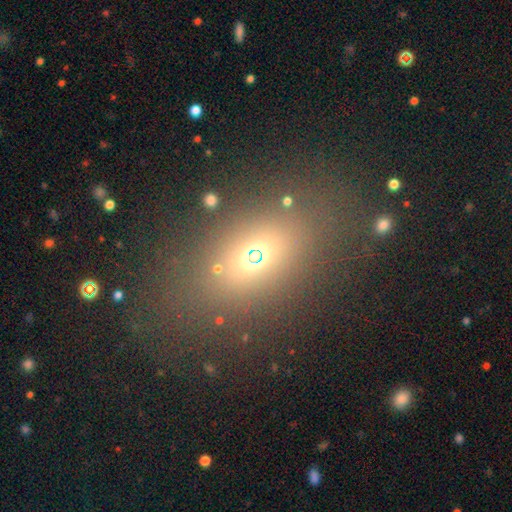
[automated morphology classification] Smooth or featured: smooth — 57% (star or artifact — 25%)
How rounded: in between — 75% (round — 18%)
Merging: none — 75% (minor disturbance — 12%)